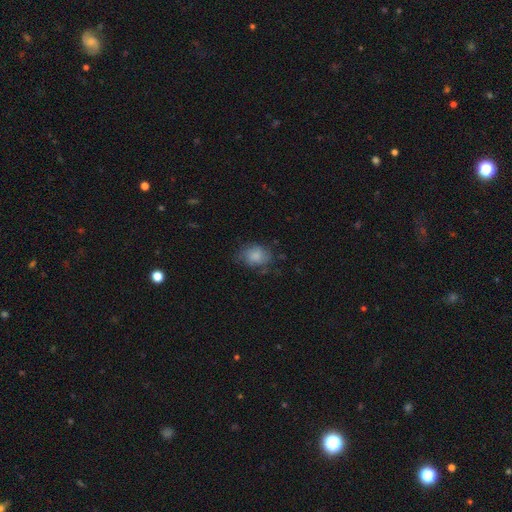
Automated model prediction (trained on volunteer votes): This is likely a smooth galaxy (73%). How rounded: likely in between (63%). Merging: possibly none (58%).